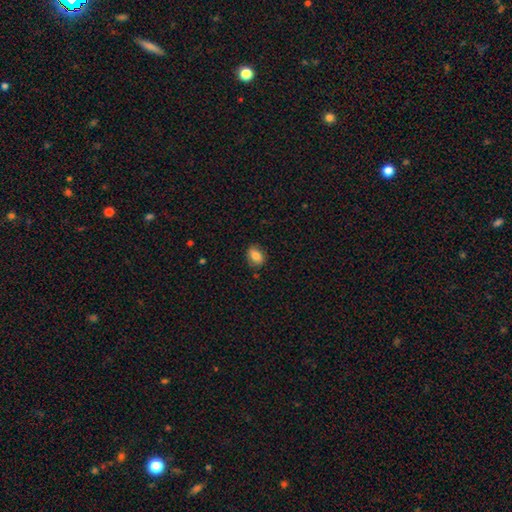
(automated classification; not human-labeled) Overall: smooth (83%). How rounded: in between (72%). Merging: none (83%).